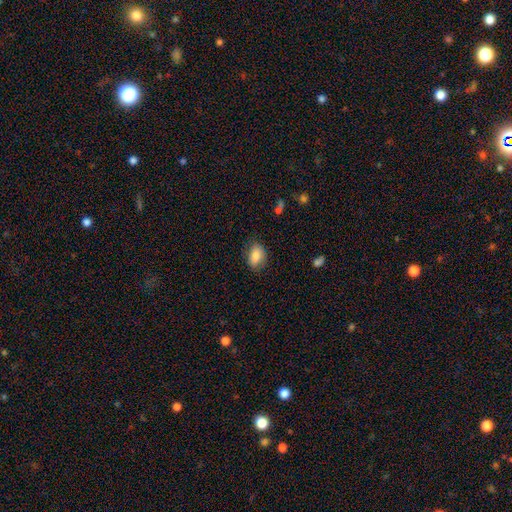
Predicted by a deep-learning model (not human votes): Smooth or featured: smooth — 82% (featured or disk — 10%)
How rounded: in between — 86% (round — 13%)
Merging: none — 74% (minor disturbance — 20%)